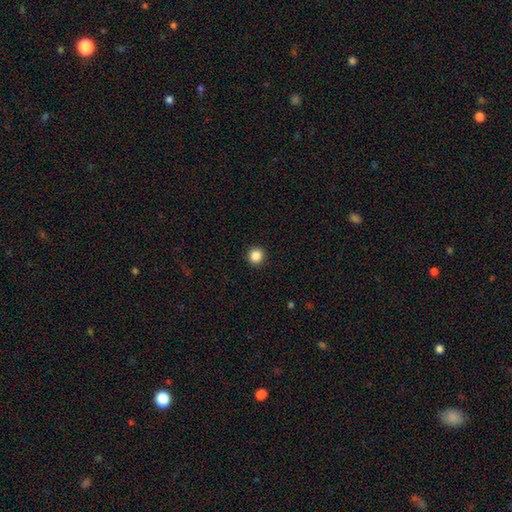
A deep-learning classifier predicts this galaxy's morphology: smooth-or-featured: smooth: 86% | star or artifact: 10% | featured or disk: 3%
  how-rounded: round: 94% | in between: 5% | cigar-shaped: 1%
  merging: none: 93% | minor disturbance: 4% | major disturbance: 2% | merger: 1%